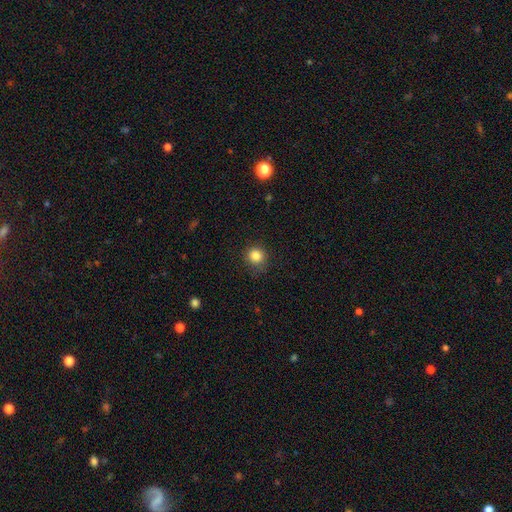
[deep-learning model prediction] This appears to be a smooth galaxy with no disk features (84%) that is round (91%). Merging: none (84%).